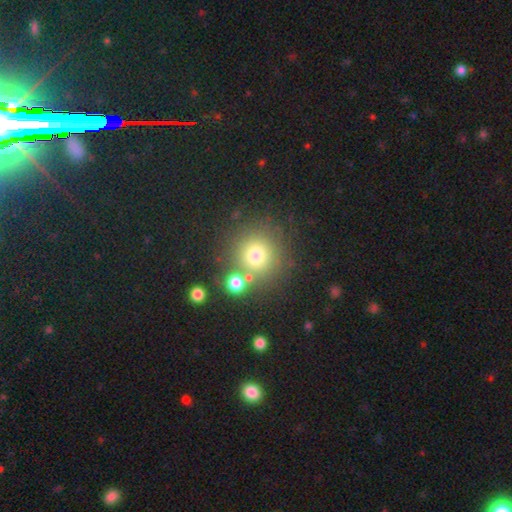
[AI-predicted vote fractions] Smooth or featured?
  - smooth: 72% *
  - star or artifact: 17%
  - featured or disk: 11%
How rounded?
  - round: 92% *
  - in between: 7%
  - cigar-shaped: 1%
Merging?
  - none: 69% *
  - merger: 17%
  - minor disturbance: 9%
  - major disturbance: 5%